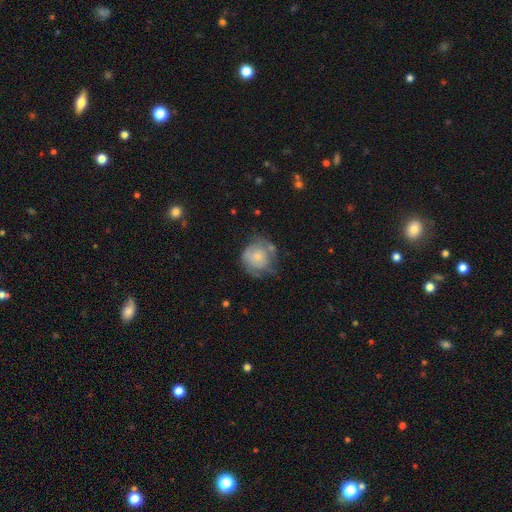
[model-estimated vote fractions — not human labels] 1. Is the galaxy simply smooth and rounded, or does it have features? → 51% smooth, 41% featured or disk, 7% star or artifact.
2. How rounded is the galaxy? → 85% round, 14% in between, 1% cigar-shaped.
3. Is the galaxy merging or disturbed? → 48% none, 30% minor disturbance, 17% major disturbance, 6% merger.